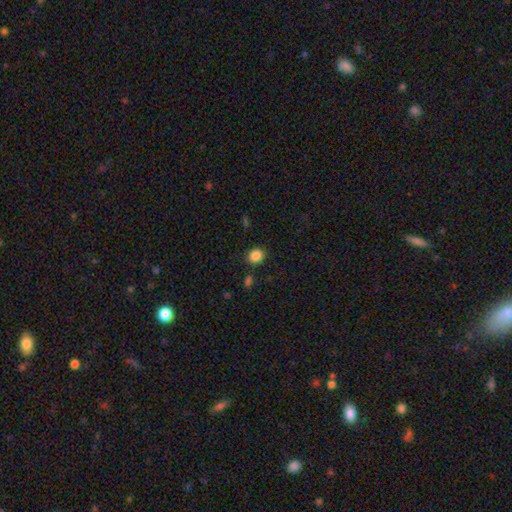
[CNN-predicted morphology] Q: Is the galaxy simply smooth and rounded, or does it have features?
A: smooth — 86%.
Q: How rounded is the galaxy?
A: round — 71%.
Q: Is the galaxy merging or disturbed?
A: none — 85%.